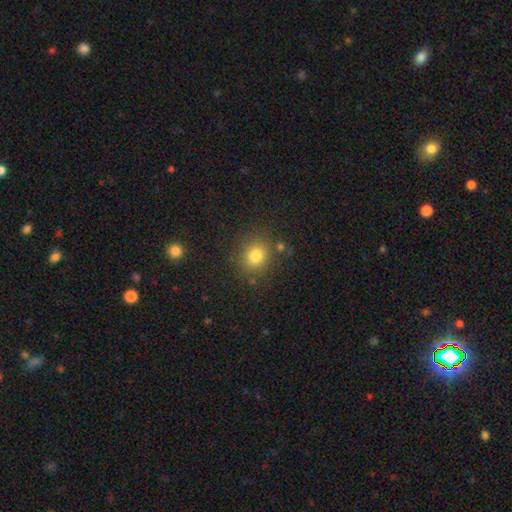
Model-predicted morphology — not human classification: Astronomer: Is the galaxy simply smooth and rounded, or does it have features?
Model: smooth — 80%.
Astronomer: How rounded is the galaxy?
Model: round — 75%.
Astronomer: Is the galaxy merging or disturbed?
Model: none — 82%.